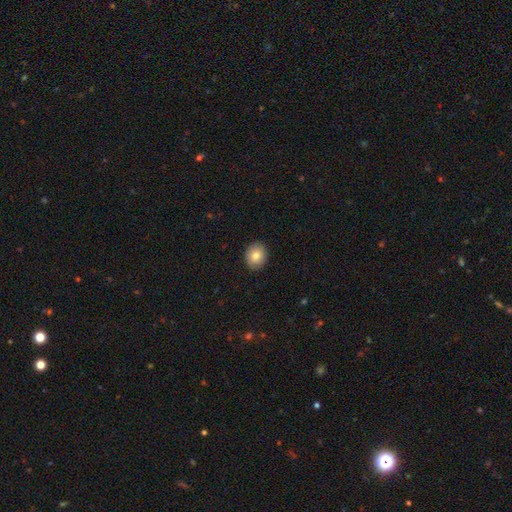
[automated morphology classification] smooth-or-featured: smooth: 81% | featured or disk: 10% | star or artifact: 8%
  how-rounded: round: 59% | in between: 40% | cigar-shaped: 1%
  merging: none: 90% | minor disturbance: 7% | major disturbance: 2% | merger: 1%